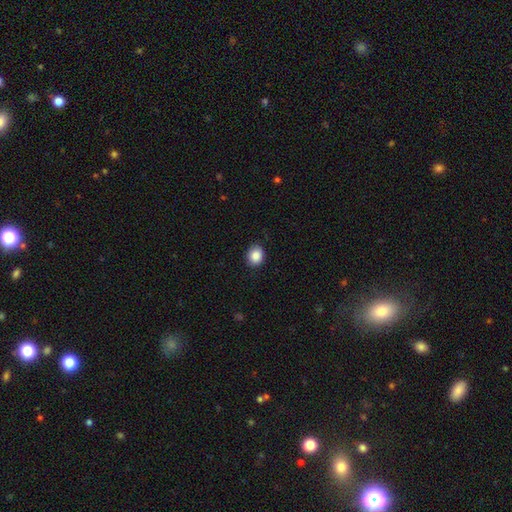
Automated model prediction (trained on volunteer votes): Overall: smooth (87%). How rounded: round (60%; in between 39%). Merging: none (86%).